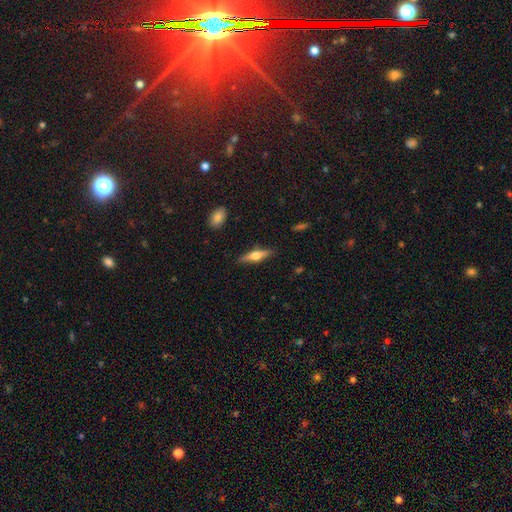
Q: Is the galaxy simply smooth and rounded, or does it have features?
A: featured or disk — 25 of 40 (62%).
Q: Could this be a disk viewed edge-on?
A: yes — 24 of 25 (96%).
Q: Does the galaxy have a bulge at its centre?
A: rounded — 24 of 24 (100%).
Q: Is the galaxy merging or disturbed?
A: none — 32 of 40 (80%).